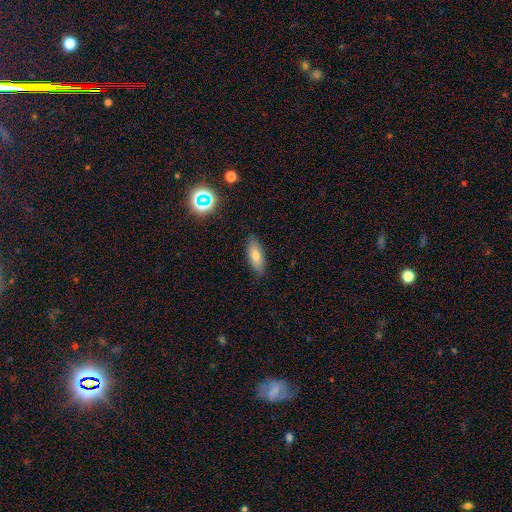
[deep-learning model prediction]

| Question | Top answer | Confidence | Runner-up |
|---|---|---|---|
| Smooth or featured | smooth | 69% | featured or disk (20%) |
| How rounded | in between | 69% | cigar-shaped (28%) |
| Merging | none | 86% | minor disturbance (10%) |